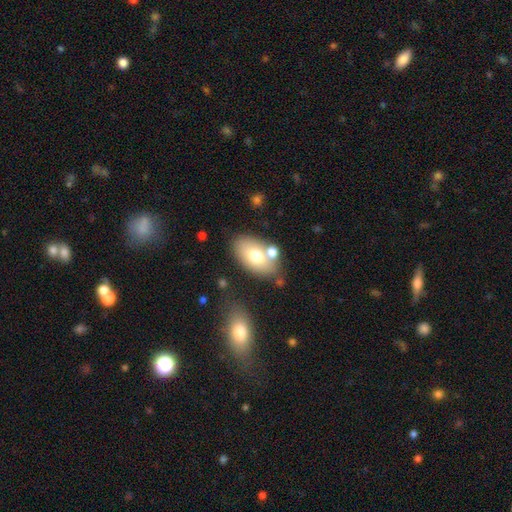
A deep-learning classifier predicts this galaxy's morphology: Overall: smooth (69%). How rounded: in between (91%). Merging: none (65%).